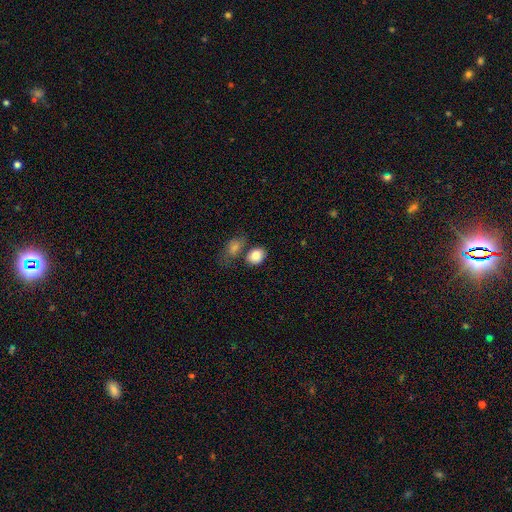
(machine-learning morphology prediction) smooth-or-featured: smooth: 85% | star or artifact: 8% | featured or disk: 7%
  how-rounded: in between: 57% | round: 42% | cigar-shaped: 1%
  merging: none: 53% | merger: 26% | minor disturbance: 15% | major disturbance: 6%